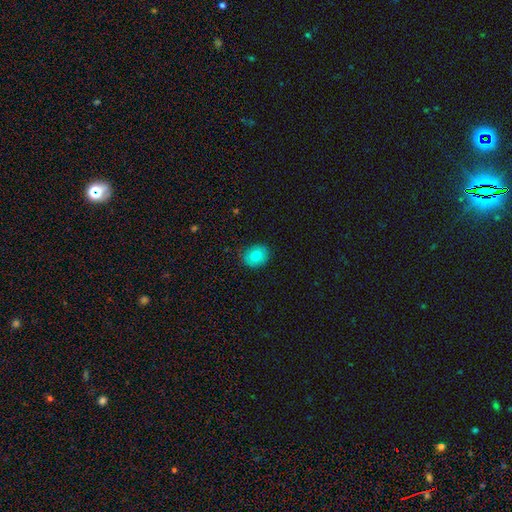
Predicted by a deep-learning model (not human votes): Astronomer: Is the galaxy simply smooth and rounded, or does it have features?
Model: smooth — 81%.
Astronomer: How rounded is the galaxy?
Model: round — 58% (runner-up: in between, 42%).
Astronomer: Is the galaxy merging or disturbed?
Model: none — 85%.